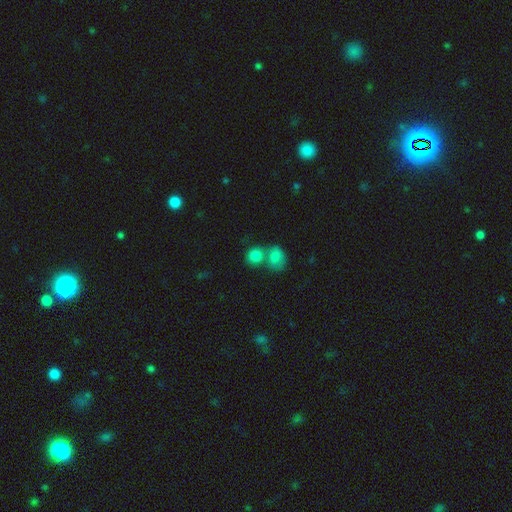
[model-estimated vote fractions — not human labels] Morphology: type=smooth (82%); roundness=round (71%); merging=merger (54%).